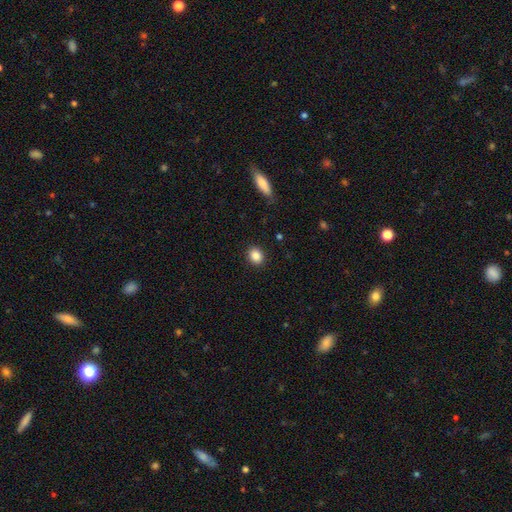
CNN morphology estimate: This appears to be a smooth galaxy with no disk features (87%) that is round (55%). Merging: none (90%).